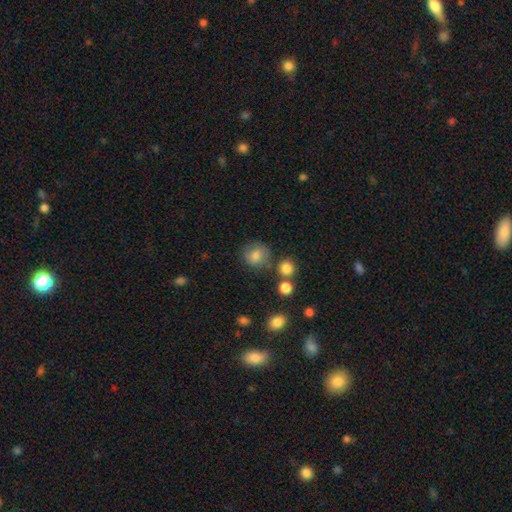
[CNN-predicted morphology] Overall: smooth (79%). How rounded: round (84%). Merging: none (74%).